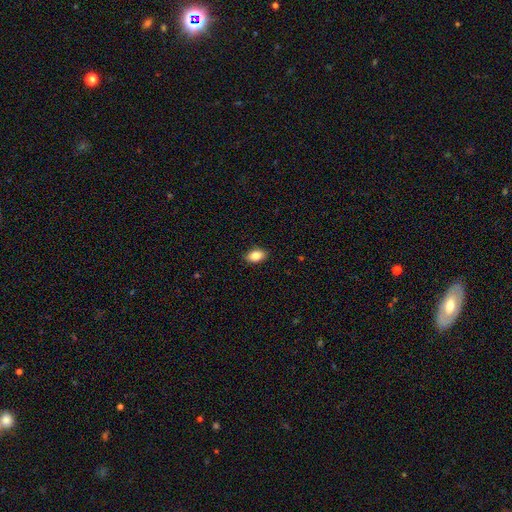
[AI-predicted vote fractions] Overall: smooth (85%). How rounded: in between (89%). Merging: none (89%).